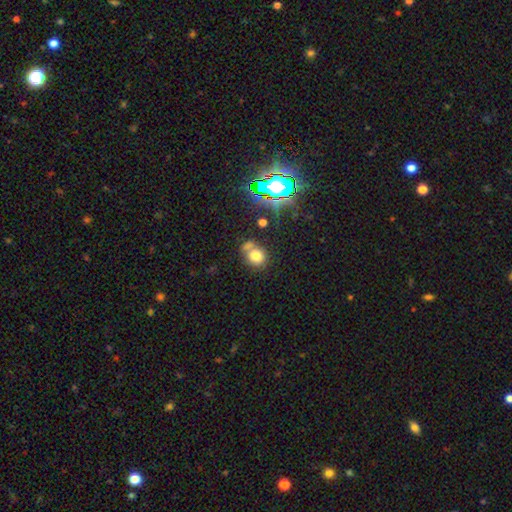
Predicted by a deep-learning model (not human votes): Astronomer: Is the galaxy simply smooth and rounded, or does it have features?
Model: smooth — 73%.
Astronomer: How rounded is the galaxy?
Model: round — 73%.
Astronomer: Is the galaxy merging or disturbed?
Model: none — 54%.